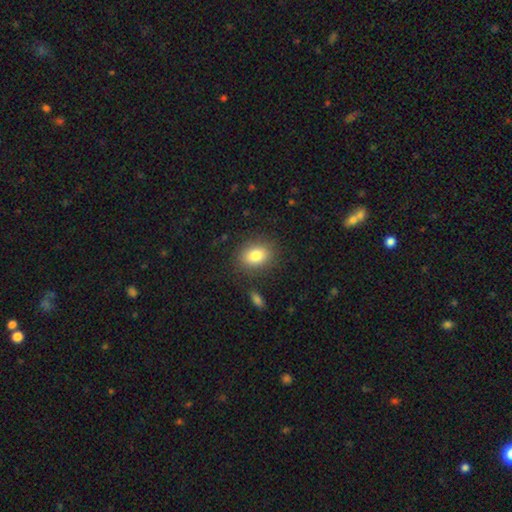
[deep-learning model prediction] Overall: smooth (83%). How rounded: in between (65%; round 34%). Merging: none (85%).